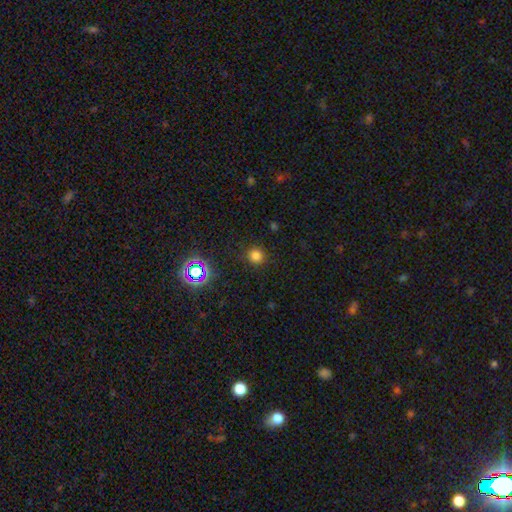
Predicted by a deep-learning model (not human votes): smooth_or_featured: smooth (p=0.76) [alt: star or artifact p=0.19]
how_rounded: round (p=0.94) [alt: in between p=0.05]
merging: none (p=0.89) [alt: minor disturbance p=0.07]